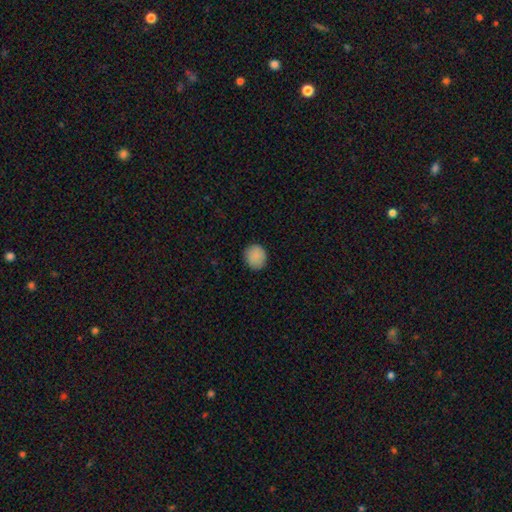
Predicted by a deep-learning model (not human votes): smooth 88%, star or artifact 8%, featured or disk 4%. Down the decision tree: how rounded — round (85%); merging — none (88%).